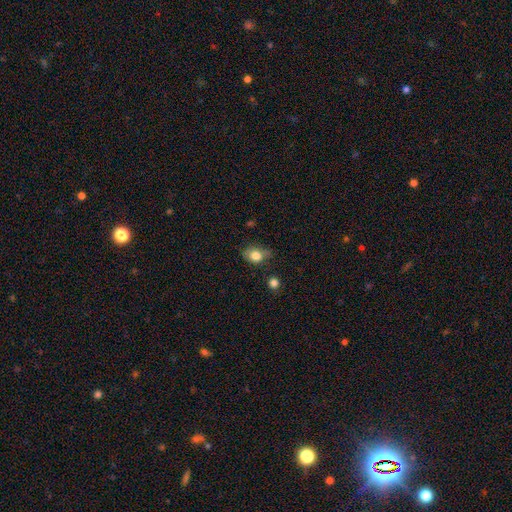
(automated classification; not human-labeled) Smooth or featured: smooth — 81% (featured or disk — 10%)
How rounded: in between — 58% (round — 41%)
Merging: none — 58% (minor disturbance — 30%)